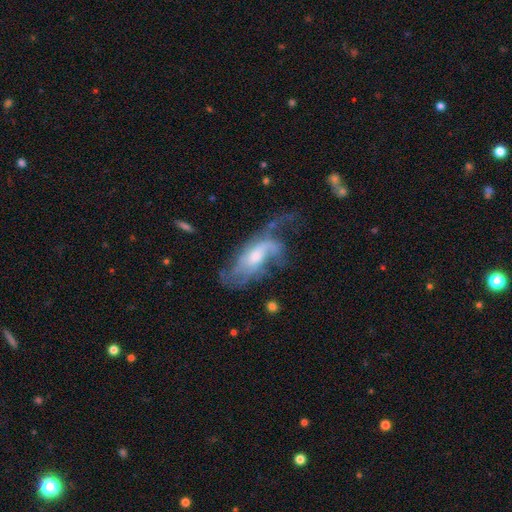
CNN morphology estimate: featured or disk 75%, smooth 18%, star or artifact 7%. Down the decision tree: edge-on disk — no (91%); bar — no (61%); spiral arms — yes (85%); spiral arm count — can't tell (33%); spiral winding — medium (39%); bulge size — moderate (50%); merging — major disturbance (39%).